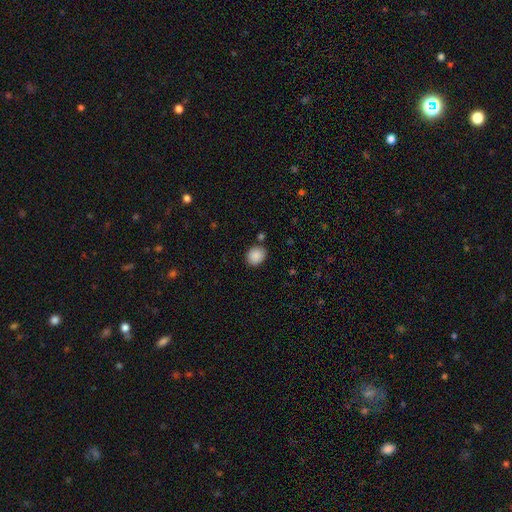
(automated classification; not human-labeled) Smooth or featured: smooth — 89% (star or artifact — 8%)
How rounded: round — 64% (in between — 35%)
Merging: none — 82% (minor disturbance — 11%)